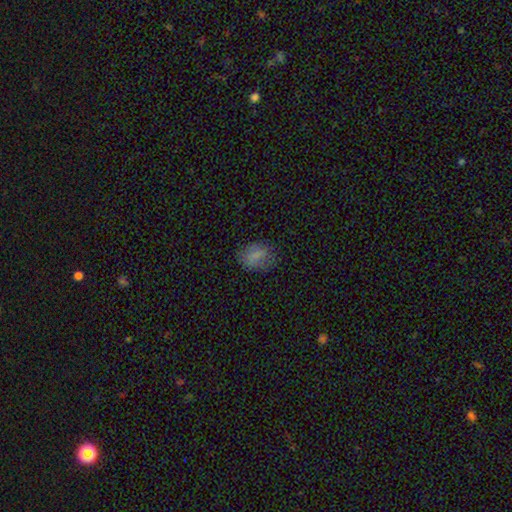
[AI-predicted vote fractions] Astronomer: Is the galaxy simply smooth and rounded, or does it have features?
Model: smooth — 78%.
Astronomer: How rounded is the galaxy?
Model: in between — 64%.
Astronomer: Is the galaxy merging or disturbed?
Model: none — 74%.